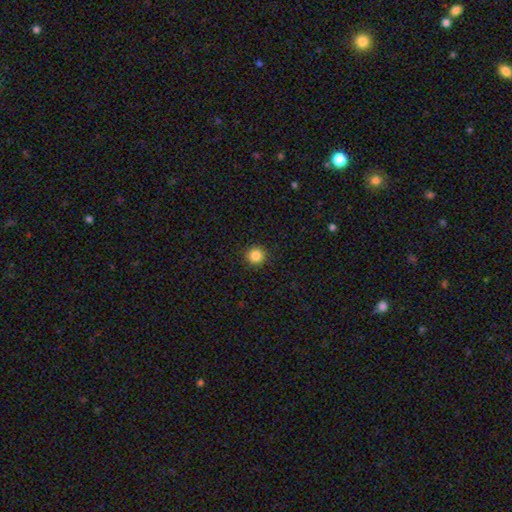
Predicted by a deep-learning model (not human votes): Smooth or featured? smooth (86%)
How rounded? round (95%)
Merging? none (93%)